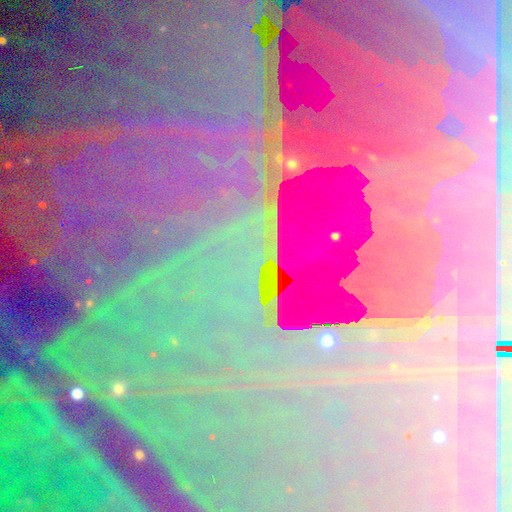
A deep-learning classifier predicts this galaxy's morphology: Smooth or featured? Predicted: star or artifact (p=0.87).